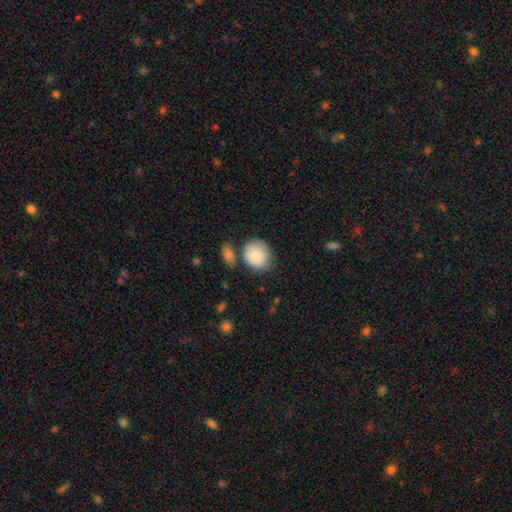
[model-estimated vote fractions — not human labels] Overall: smooth (87%). How rounded: round (69%; in between 30%). Merging: none (65%).